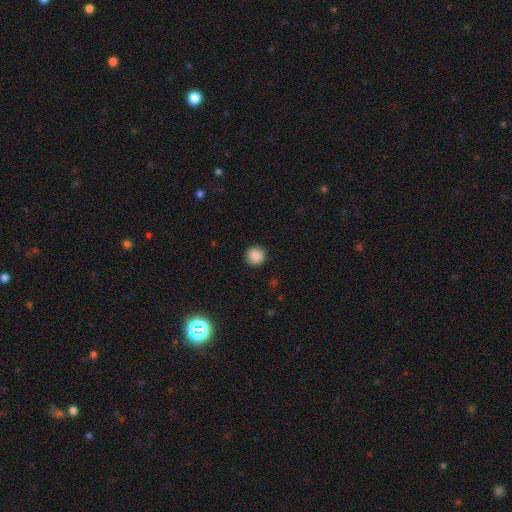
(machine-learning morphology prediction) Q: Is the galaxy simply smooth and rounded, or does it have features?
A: smooth — 86%.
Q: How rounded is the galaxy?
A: round — 94%.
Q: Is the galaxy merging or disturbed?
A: none — 90%.